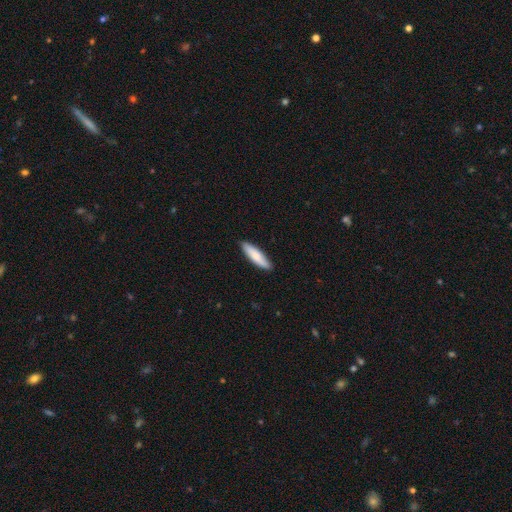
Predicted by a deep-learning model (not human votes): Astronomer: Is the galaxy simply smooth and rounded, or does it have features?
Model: smooth — 80%.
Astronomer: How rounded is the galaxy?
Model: cigar-shaped — 68%.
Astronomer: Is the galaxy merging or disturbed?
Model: none — 88%.